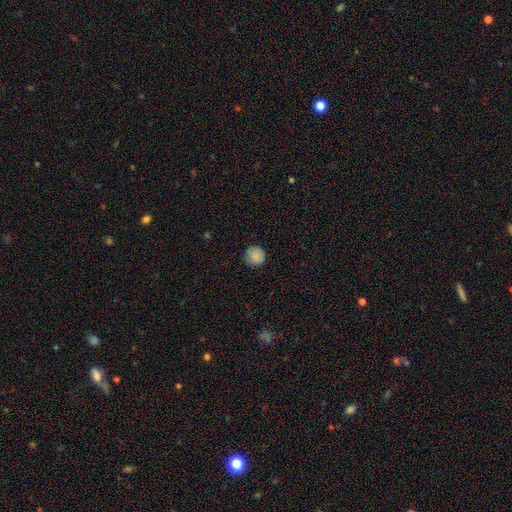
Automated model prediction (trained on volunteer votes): smooth-or-featured: smooth: 87% | star or artifact: 8% | featured or disk: 5%
  how-rounded: round: 94% | in between: 5% | cigar-shaped: 1%
  merging: none: 86% | minor disturbance: 10% | major disturbance: 2% | merger: 1%